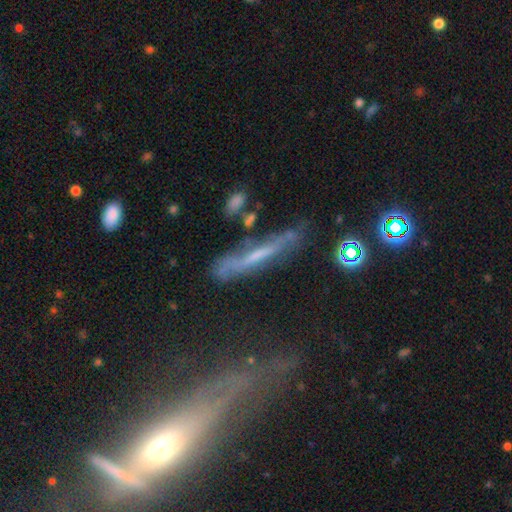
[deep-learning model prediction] A featured or disk galaxy (55%) viewed edge-on (68%). Merging: none (55%).